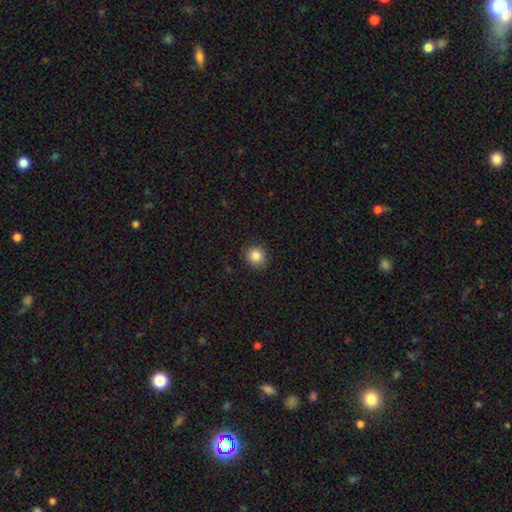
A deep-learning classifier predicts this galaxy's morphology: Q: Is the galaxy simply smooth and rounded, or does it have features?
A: smooth — 85%.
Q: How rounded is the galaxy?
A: round — 89%.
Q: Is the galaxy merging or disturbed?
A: none — 90%.